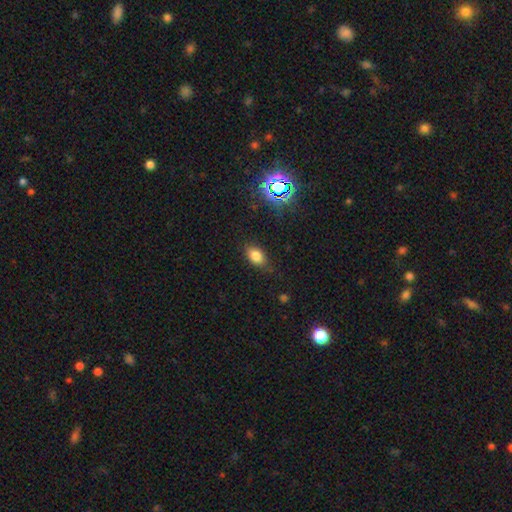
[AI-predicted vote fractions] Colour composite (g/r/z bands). It shows a smooth galaxy with no disk features (76%) that is in between round and cigar-shaped (84%). Merging: none (80%).